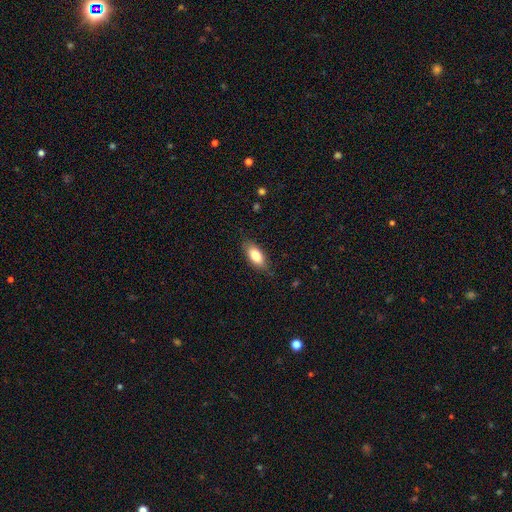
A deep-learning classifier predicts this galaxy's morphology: Overall: smooth (82%). How rounded: in between (85%). Merging: none (82%).